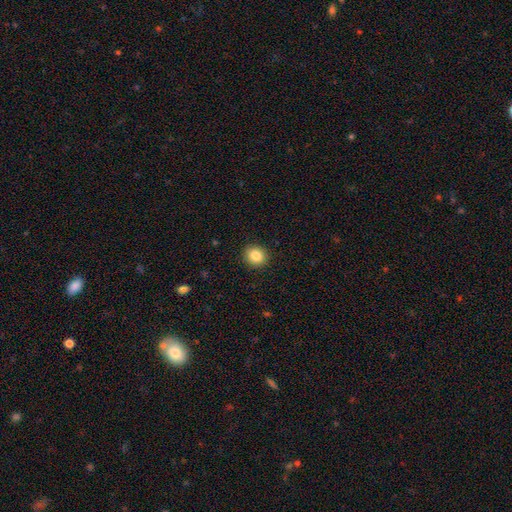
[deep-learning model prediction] smooth-or-featured: smooth: 85% | star or artifact: 10% | featured or disk: 5%
  how-rounded: round: 80% | in between: 19% | cigar-shaped: 1%
  merging: none: 91% | minor disturbance: 6% | major disturbance: 2% | merger: 1%